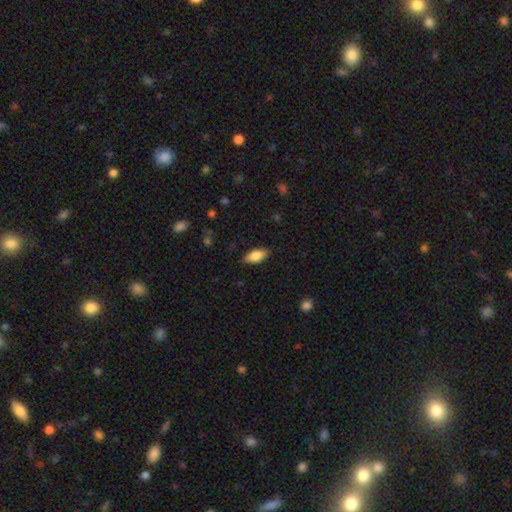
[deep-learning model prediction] Smooth or featured? Predicted: smooth (p=0.75). How rounded? Predicted: in between (p=0.86). Merging? Predicted: none (p=0.84).